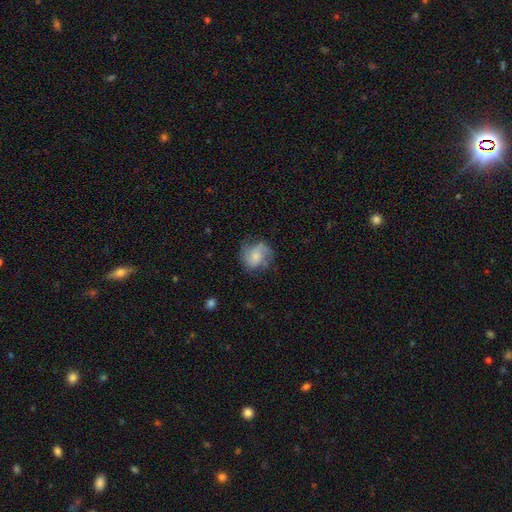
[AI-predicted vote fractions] Smooth or featured? Predicted: smooth (p=0.47). Merging? Predicted: none (p=0.62).